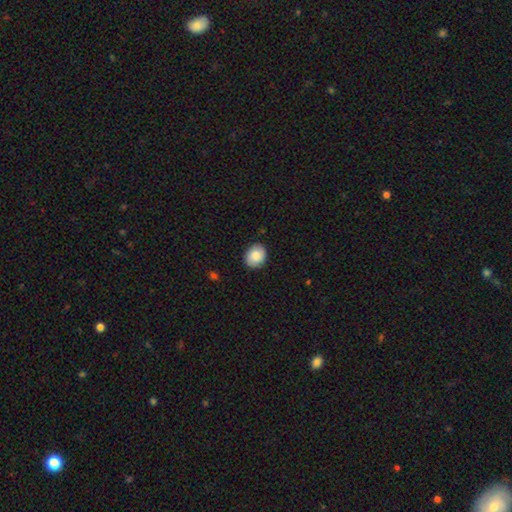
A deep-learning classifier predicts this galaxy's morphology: Smooth or featured? Predicted: smooth (p=0.84). How rounded? Predicted: round (p=0.52). Merging? Predicted: none (p=0.87).